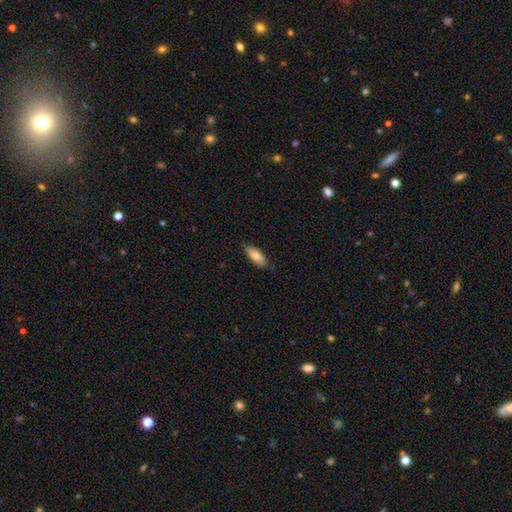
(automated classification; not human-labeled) Smooth or featured?
  - smooth: 81% *
  - featured or disk: 13%
  - star or artifact: 6%
How rounded?
  - in between: 75% *
  - cigar-shaped: 23%
  - round: 2%
Merging?
  - none: 83% *
  - minor disturbance: 14%
  - major disturbance: 2%
  - merger: 1%